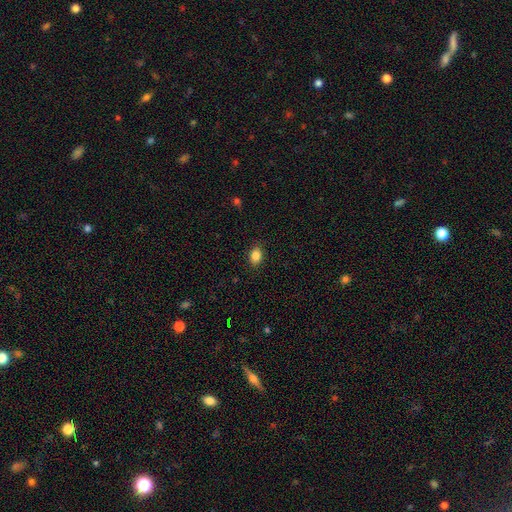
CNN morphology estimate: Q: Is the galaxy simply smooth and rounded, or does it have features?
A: smooth — 86%.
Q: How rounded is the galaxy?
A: in between — 74%.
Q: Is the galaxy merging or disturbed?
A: none — 87%.